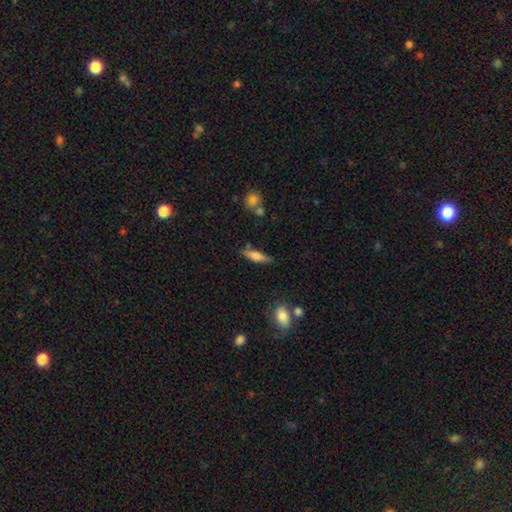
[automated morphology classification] The model was most divided on "how rounded": cigar-shaped: 61%, in between: 37%, round: 2%. More confident: merging — none (70%); smooth or featured — smooth (63%).